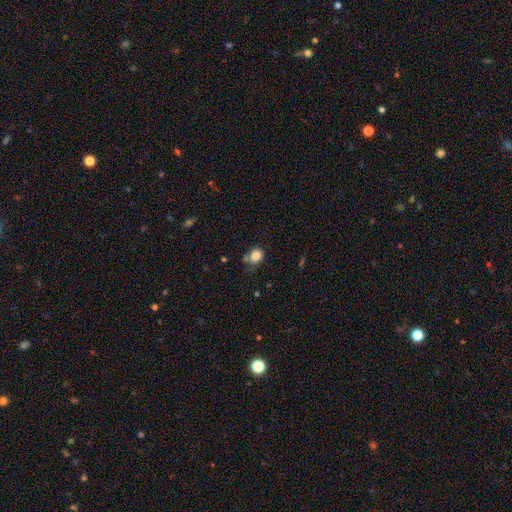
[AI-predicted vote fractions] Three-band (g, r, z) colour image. It shows a smooth galaxy with no disk features (84%) that is round (64%). Merging: none (57%).